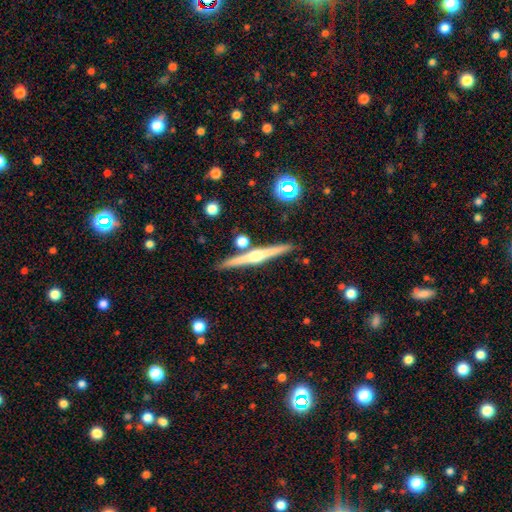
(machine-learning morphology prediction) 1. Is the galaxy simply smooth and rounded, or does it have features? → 77% featured or disk, 16% smooth, 6% star or artifact.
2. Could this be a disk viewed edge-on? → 98% yes, 2% no.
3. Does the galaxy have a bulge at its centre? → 91% rounded, 5% none, 4% boxy.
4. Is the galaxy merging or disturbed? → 88% none, 7% minor disturbance, 4% merger, 2% major disturbance.